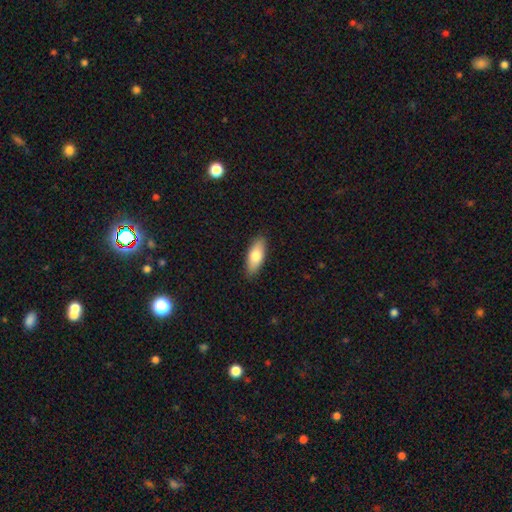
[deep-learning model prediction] smooth-or-featured: smooth: 76% | featured or disk: 18% | star or artifact: 6%
  how-rounded: in between: 75% | cigar-shaped: 22% | round: 3%
  merging: none: 88% | minor disturbance: 9% | major disturbance: 2% | merger: 1%